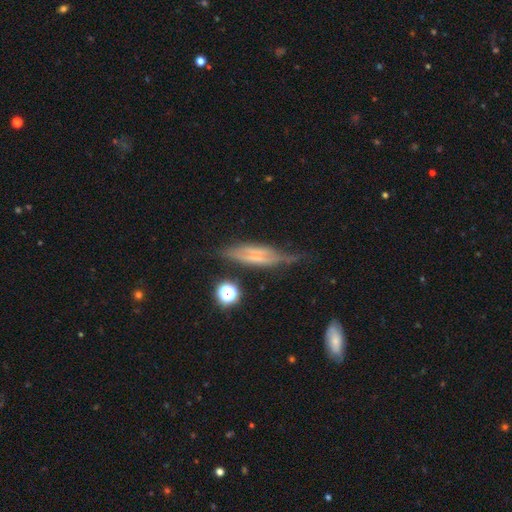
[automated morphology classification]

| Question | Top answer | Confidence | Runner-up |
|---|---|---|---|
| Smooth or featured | featured or disk | 59% | smooth (30%) |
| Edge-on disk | yes | 82% | no (18%) |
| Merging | none | 58% | minor disturbance (27%) |